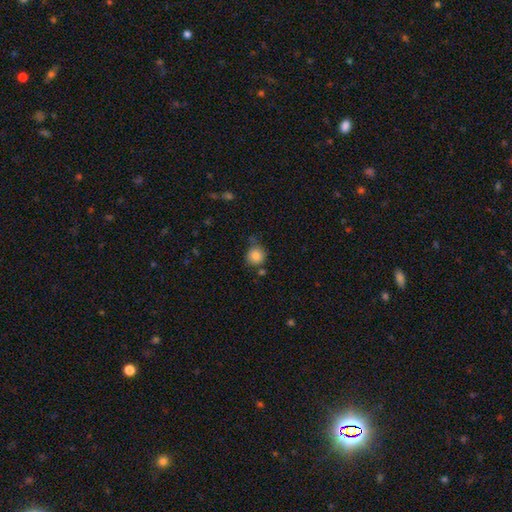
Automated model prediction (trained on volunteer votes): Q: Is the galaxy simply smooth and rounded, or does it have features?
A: smooth — 85%.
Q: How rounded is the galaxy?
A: round — 89%.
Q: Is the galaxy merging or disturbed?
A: none — 68%.